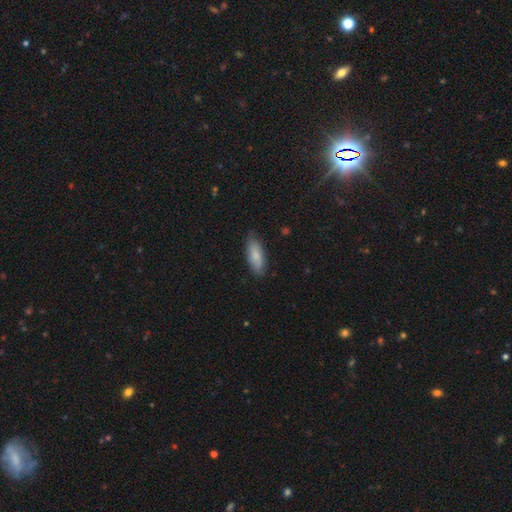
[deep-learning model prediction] Q: Smooth or featured?
A: smooth (81%); runner-up: featured or disk (13%)
Q: How rounded?
A: in between (75%); runner-up: cigar-shaped (23%)
Q: Merging?
A: none (77%); runner-up: minor disturbance (19%)